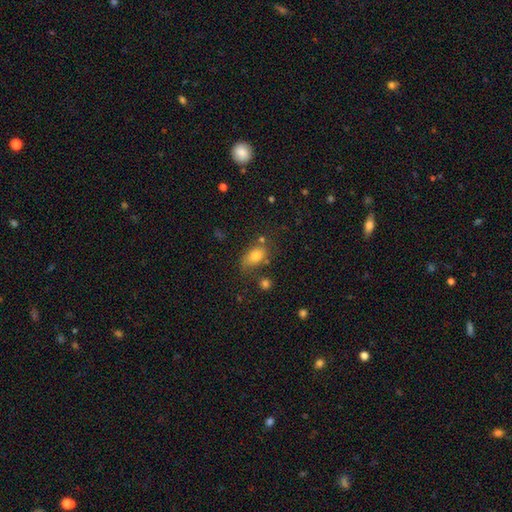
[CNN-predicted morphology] Overall: smooth (77%). How rounded: in between (82%). Merging: none (58%; minor disturbance 23%).